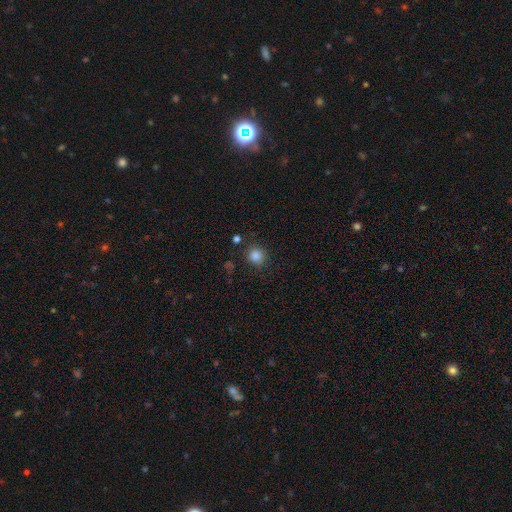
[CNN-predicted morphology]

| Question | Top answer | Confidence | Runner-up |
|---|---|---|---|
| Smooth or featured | smooth | 84% | star or artifact (12%) |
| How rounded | round | 90% | in between (9%) |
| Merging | none | 84% | minor disturbance (10%) |